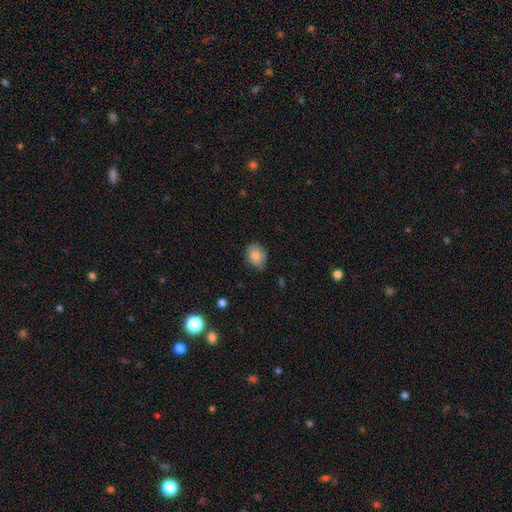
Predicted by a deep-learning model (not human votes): Smooth or featured?
  - smooth: 83% *
  - featured or disk: 9%
  - star or artifact: 8%
How rounded?
  - round: 52% *
  - in between: 47%
  - cigar-shaped: 1%
Merging?
  - none: 69% *
  - minor disturbance: 25%
  - major disturbance: 4%
  - merger: 1%